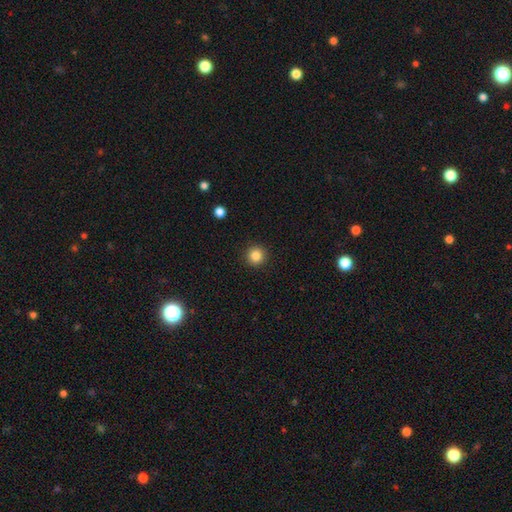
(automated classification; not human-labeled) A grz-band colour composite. It shows a smooth galaxy with no disk features (85%) that is round (95%). Merging: none (92%).